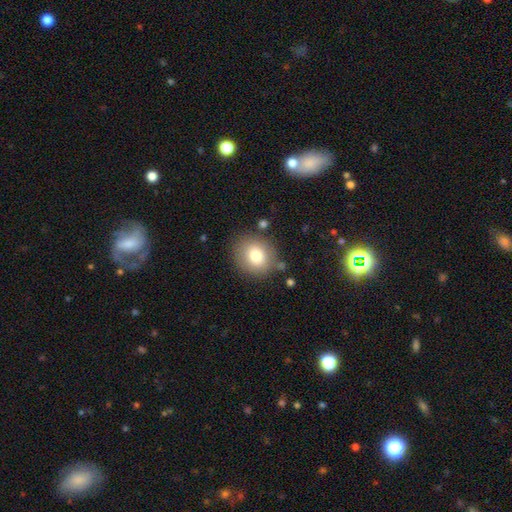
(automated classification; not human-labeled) This appears to be a smooth galaxy with no disk features (78%) that is round (82%). Merging: none (82%).